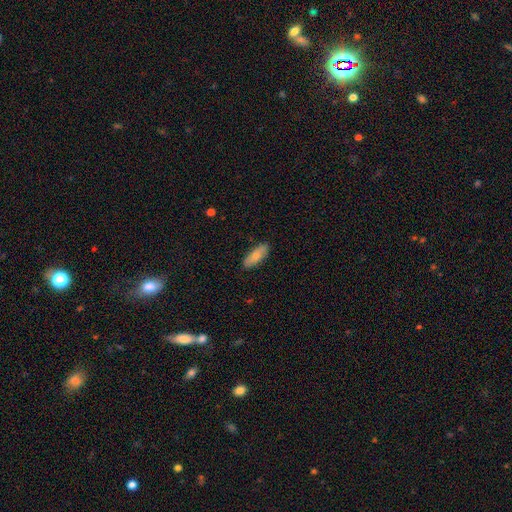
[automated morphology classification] This appears to be a smooth galaxy with no disk features (74%) that is in between round and cigar-shaped (72%). Merging: none (86%).